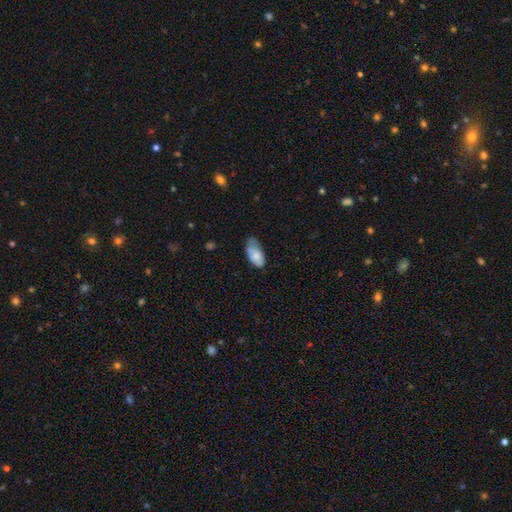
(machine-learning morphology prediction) This appears to be a smooth galaxy with no disk features (78%) that is in between round and cigar-shaped (93%). Merging: none (45%).